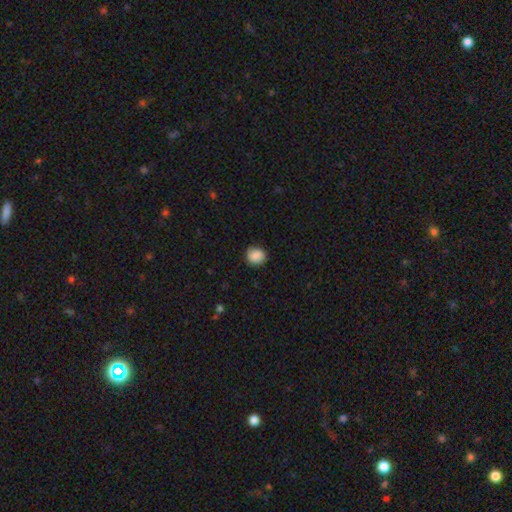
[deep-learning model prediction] A smooth galaxy with no disk features (86%) that is round (83%). Merging: none (86%).